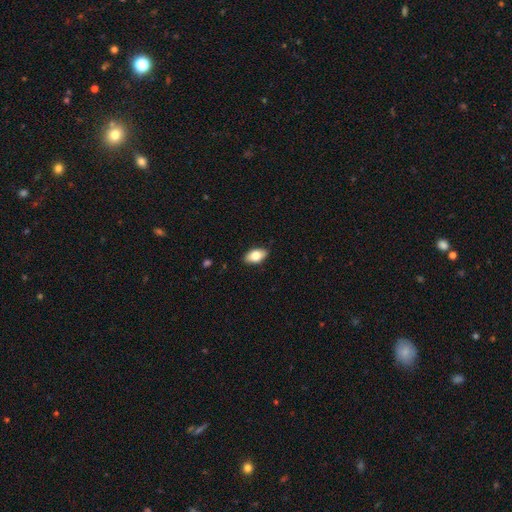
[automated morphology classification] smooth-or-featured: smooth: 78% | featured or disk: 15% | star or artifact: 7%
  how-rounded: in between: 91% | round: 5% | cigar-shaped: 4%
  merging: none: 87% | minor disturbance: 10% | major disturbance: 2% | merger: 1%